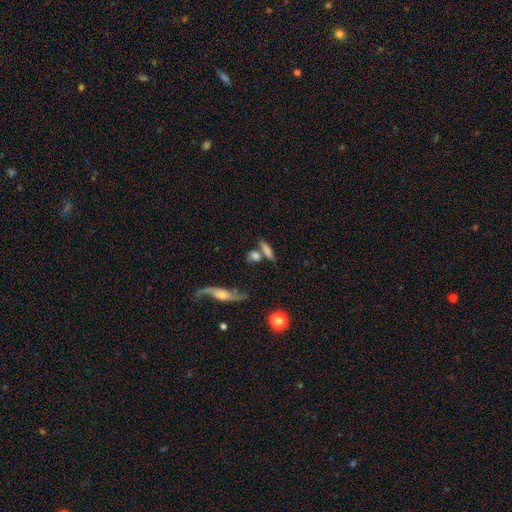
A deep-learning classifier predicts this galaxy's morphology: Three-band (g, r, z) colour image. It shows a smooth galaxy with no disk features (69%) that is cigar-shaped (46%). Merging: none (50%).